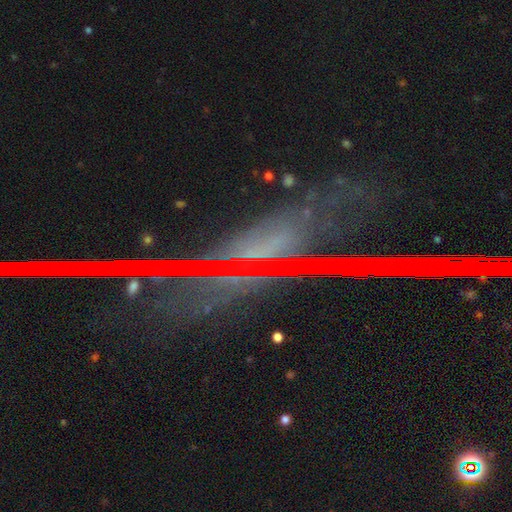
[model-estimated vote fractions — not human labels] A star or artifact, not a galaxy (47%).